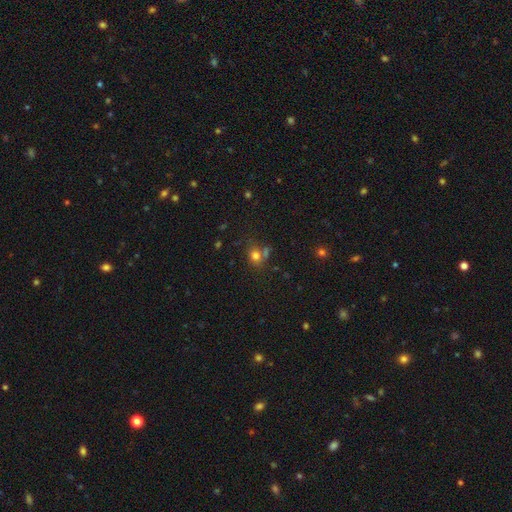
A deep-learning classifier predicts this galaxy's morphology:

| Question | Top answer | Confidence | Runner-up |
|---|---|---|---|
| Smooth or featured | smooth | 76% | star or artifact (15%) |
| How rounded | round | 62% | in between (37%) |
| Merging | none | 56% | merger (23%) |